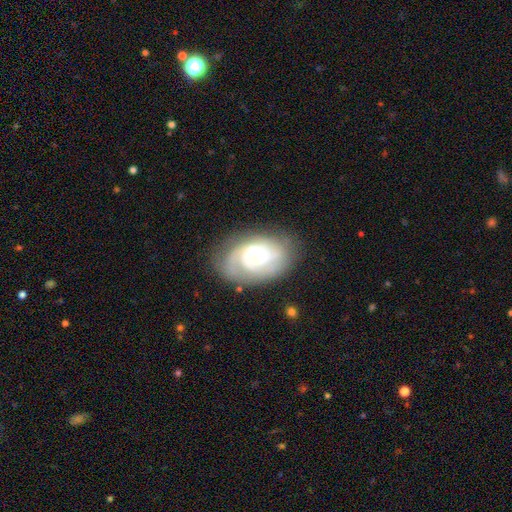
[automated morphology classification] Smooth or featured? Predicted: featured or disk (p=0.77). Edge-on disk? Predicted: no (p=0.97). Bar? Predicted: no (p=0.73). Spiral arms? Predicted: yes (p=0.92). Spiral winding? Predicted: tight (p=0.61). Spiral arm count? Predicted: can't tell (p=0.34). Bulge size? Predicted: small (p=0.59). Merging? Predicted: none (p=0.73).